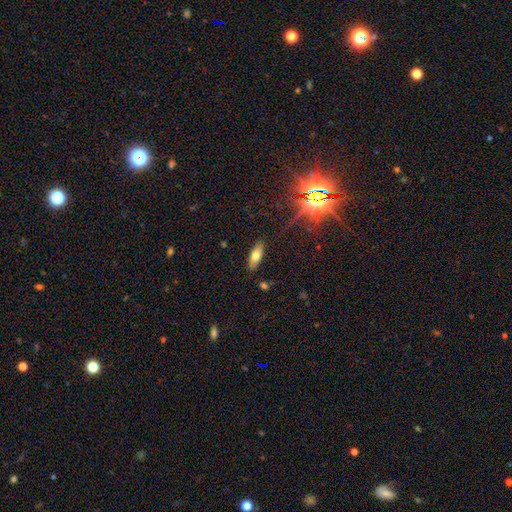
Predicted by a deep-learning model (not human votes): Q: Smooth or featured?
A: smooth (68%); runner-up: featured or disk (21%)
Q: How rounded?
A: in between (73%); runner-up: cigar-shaped (25%)
Q: Merging?
A: none (86%); runner-up: minor disturbance (10%)